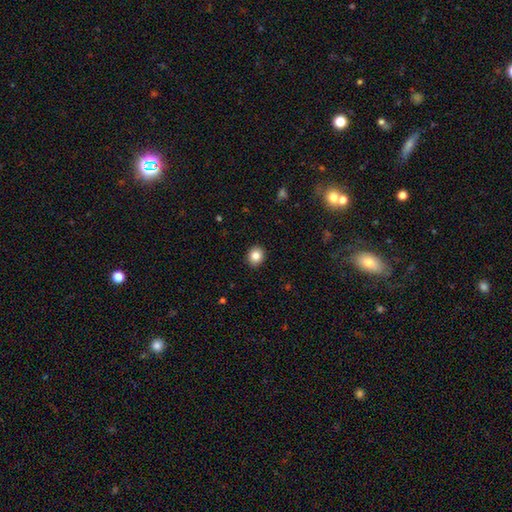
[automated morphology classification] Smooth or featured: smooth — 84% (star or artifact — 10%)
How rounded: round — 74% (in between — 25%)
Merging: none — 91% (minor disturbance — 6%)